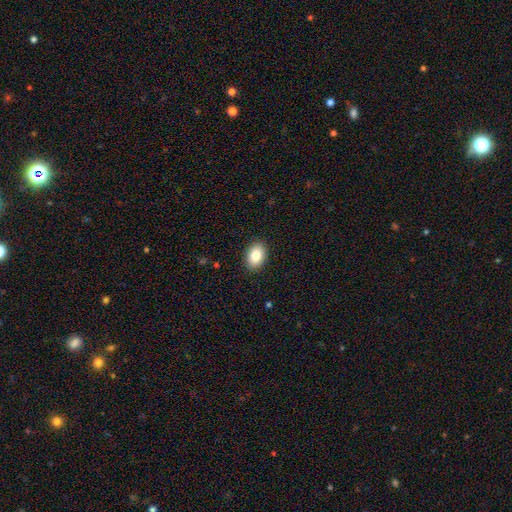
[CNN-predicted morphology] A smooth galaxy with no disk features (84%) that is in between round and cigar-shaped (85%).

Vote fractions:
- Smooth or featured? smooth: 84% / featured or disk: 8% / star or artifact: 8%
- How rounded? in between: 85% / round: 14% / cigar-shaped: 1%
- Merging? none: 90% / minor disturbance: 7% / major disturbance: 2% / merger: 1%